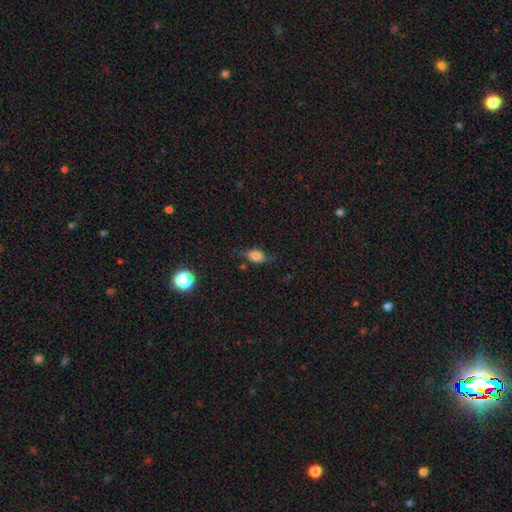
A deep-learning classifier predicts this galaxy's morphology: smooth_or_featured: smooth (p=0.64) [alt: featured or disk p=0.24]
how_rounded: in between (p=0.75) [alt: round p=0.15]
merging: none (p=0.61) [alt: minor disturbance p=0.26]